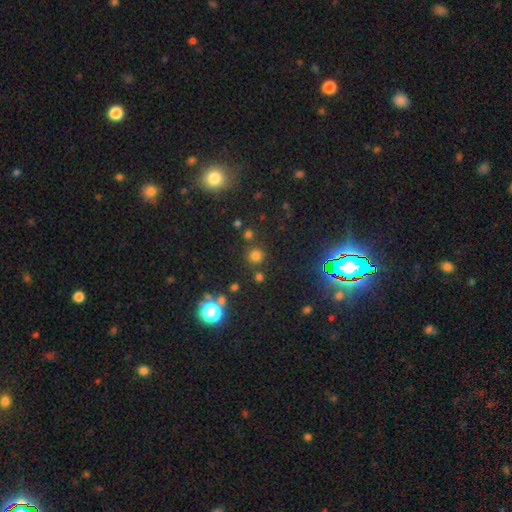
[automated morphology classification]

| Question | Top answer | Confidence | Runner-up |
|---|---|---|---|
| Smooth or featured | smooth | 66% | star or artifact (27%) |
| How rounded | round | 91% | in between (8%) |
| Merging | none | 80% | minor disturbance (9%) |